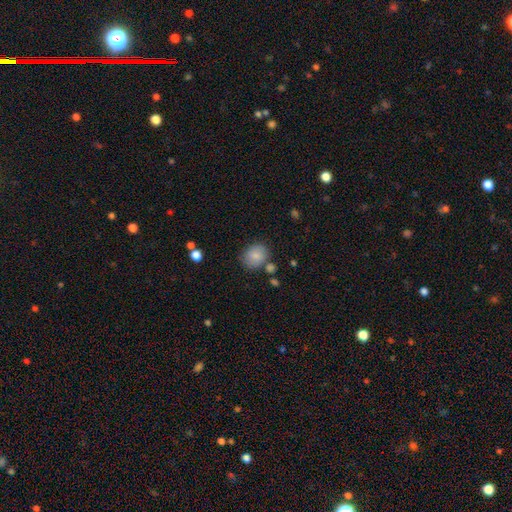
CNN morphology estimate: smooth 83%, featured or disk 9%, star or artifact 8%. Down the decision tree: how rounded — round (62%); merging — none (72%).